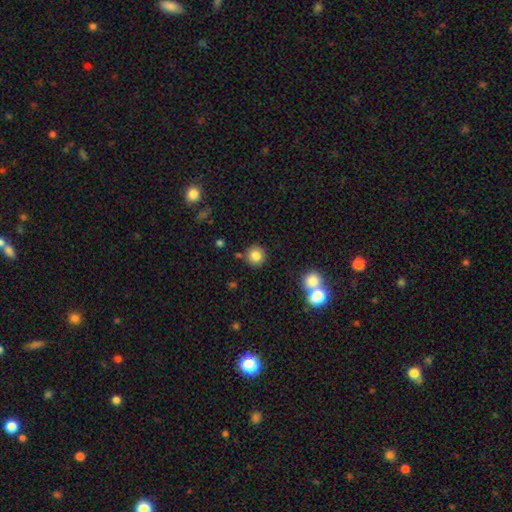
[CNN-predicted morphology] smooth 83%, star or artifact 11%, featured or disk 6%. Down the decision tree: how rounded — round (93%); merging — none (84%).